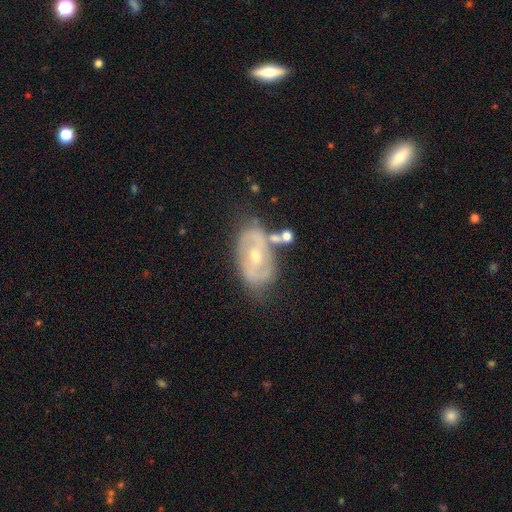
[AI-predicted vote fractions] Smooth or featured? featured or disk (75%)
Edge-on disk? no (94%)
Bar? no (44%)
Spiral arms? yes (66%)
Bulge size? moderate (56%)
Merging? none (61%)